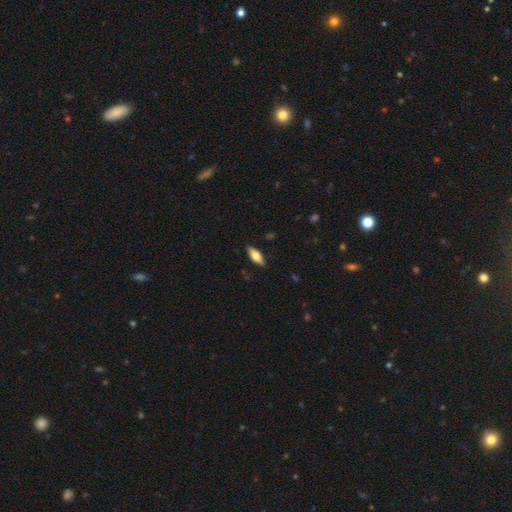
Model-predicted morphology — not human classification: Smooth or featured: smooth — 69% (featured or disk — 25%)
How rounded: in between — 74% (cigar-shaped — 23%)
Merging: none — 87% (minor disturbance — 10%)